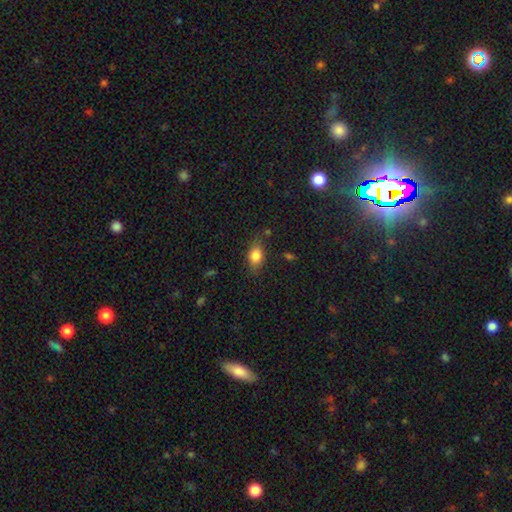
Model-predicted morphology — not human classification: smooth-or-featured: smooth: 82% | featured or disk: 10% | star or artifact: 9%
  how-rounded: in between: 79% | round: 17% | cigar-shaped: 4%
  merging: none: 75% | minor disturbance: 18% | major disturbance: 5% | merger: 2%